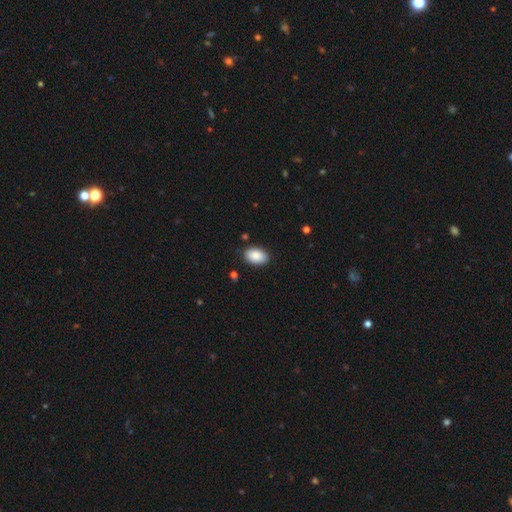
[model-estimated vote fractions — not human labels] Smooth or featured: smooth — 89% (star or artifact — 7%)
How rounded: in between — 90% (round — 9%)
Merging: none — 86% (minor disturbance — 10%)